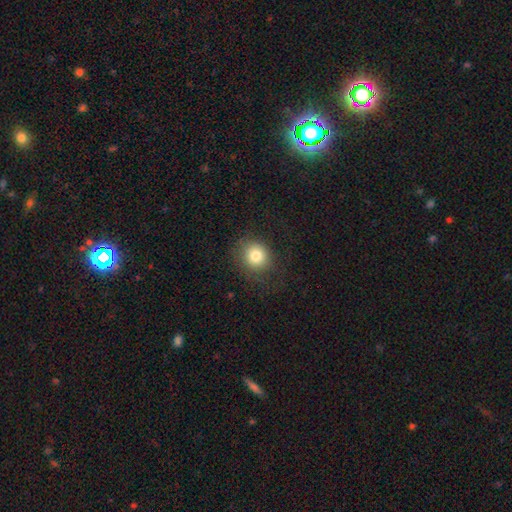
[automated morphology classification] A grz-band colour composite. It shows a smooth galaxy with no disk features (80%) that is round (82%). Merging: none (77%).